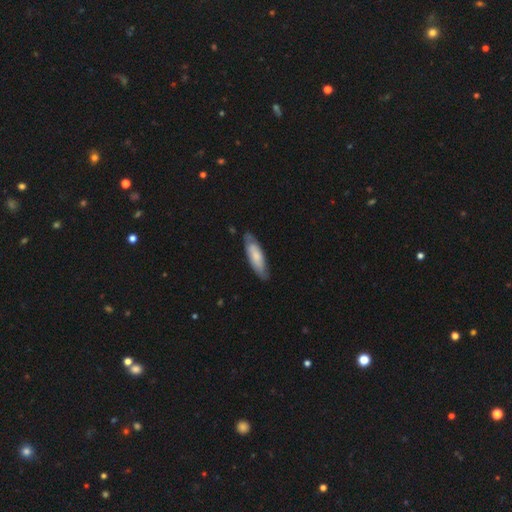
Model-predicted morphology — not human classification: A smooth galaxy with no disk features (64%) that is cigar-shaped (53%).

Vote fractions:
- Smooth or featured? smooth: 64% / featured or disk: 31% / star or artifact: 5%
- How rounded? cigar-shaped: 53% / in between: 45% / round: 1%
- Merging? none: 76% / minor disturbance: 19% / major disturbance: 3% / merger: 1%